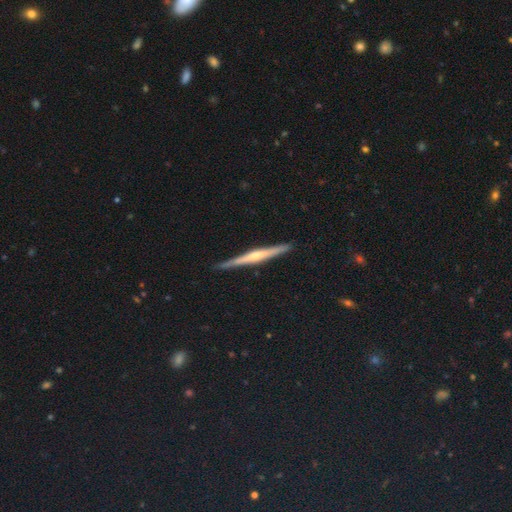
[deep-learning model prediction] featured or disk 72%, smooth 15%, star or artifact 14%. Down the decision tree: edge-on disk — yes (97%); edge-on bulge — rounded (75%); merging — none (91%).